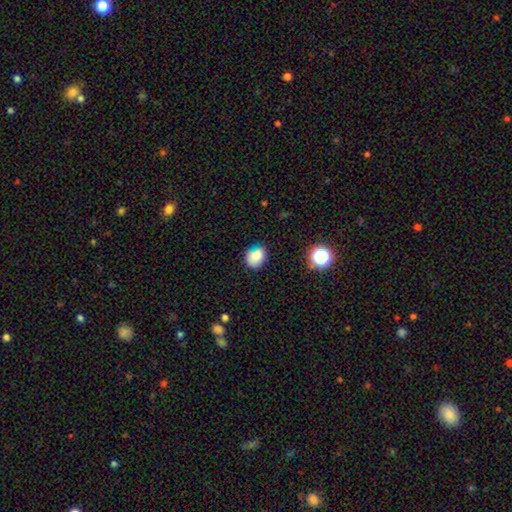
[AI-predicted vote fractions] Smooth or featured? Predicted: smooth (p=0.81). How rounded? Predicted: in between (p=0.50). Merging? Predicted: none (p=0.69).